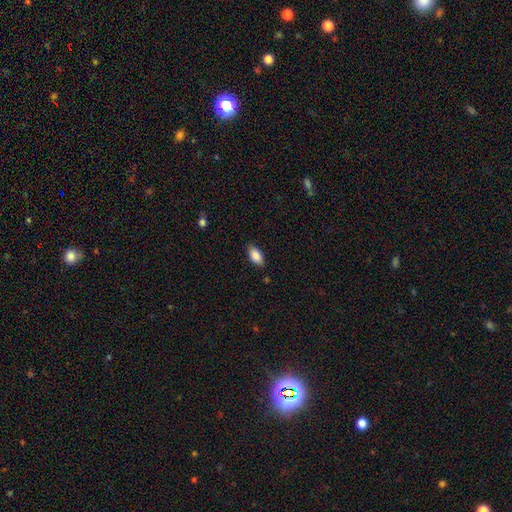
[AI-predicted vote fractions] smooth_or_featured: smooth (p=0.88) [alt: star or artifact p=0.07]
how_rounded: in between (p=0.92) [alt: cigar-shaped p=0.05]
merging: none (p=0.85) [alt: minor disturbance p=0.11]